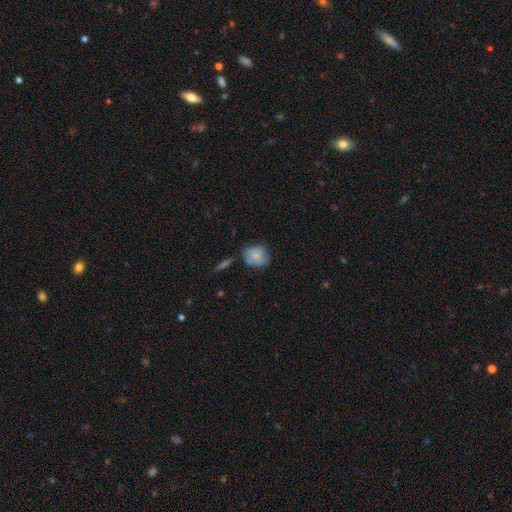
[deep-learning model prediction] Smooth or featured?
  - smooth: 73% *
  - featured or disk: 20%
  - star or artifact: 7%
How rounded?
  - round: 60% *
  - in between: 39%
  - cigar-shaped: 1%
Merging?
  - none: 58% *
  - minor disturbance: 31%
  - major disturbance: 7%
  - merger: 5%